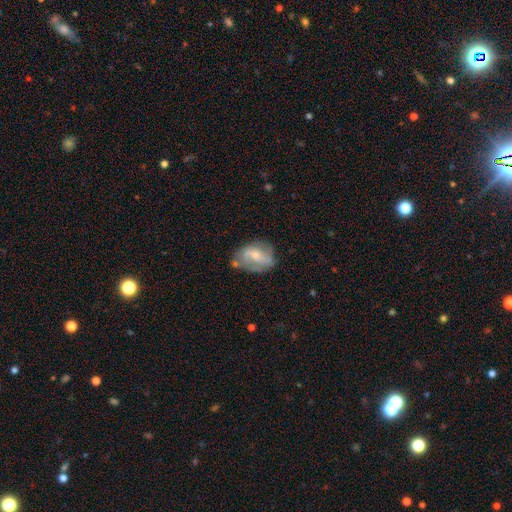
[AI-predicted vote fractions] Smooth or featured? Predicted: featured or disk (p=0.57). Edge-on disk? Predicted: no (p=0.96). Bar? Predicted: no (p=0.45). Spiral arms? Predicted: yes (p=0.63). Bulge size? Predicted: small (p=0.57). Merging? Predicted: none (p=0.50).